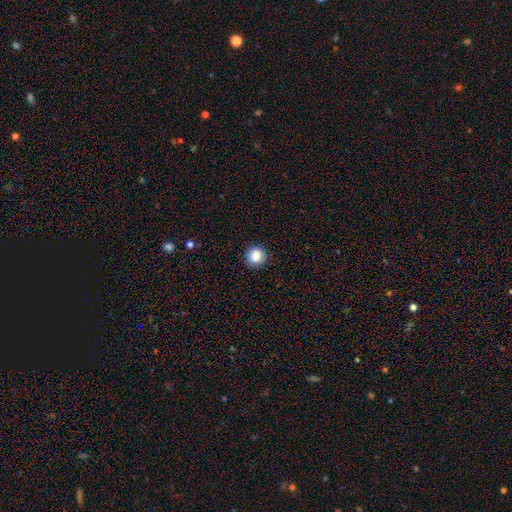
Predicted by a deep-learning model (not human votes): smooth 85%, star or artifact 10%, featured or disk 5%. Down the decision tree: how rounded — round (92%); merging — none (92%).